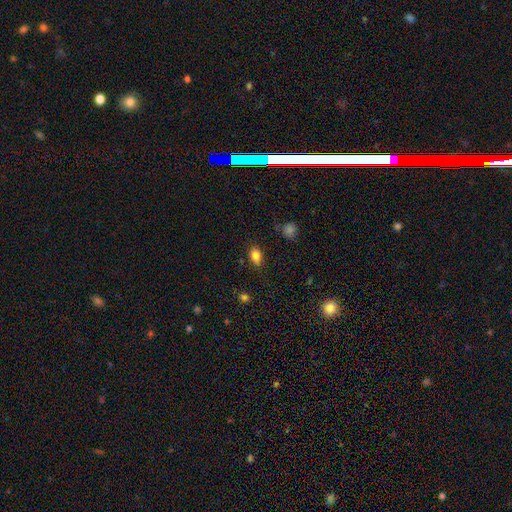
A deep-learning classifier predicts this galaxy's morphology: Overall: smooth (84%). How rounded: in between (84%). Merging: none (83%).